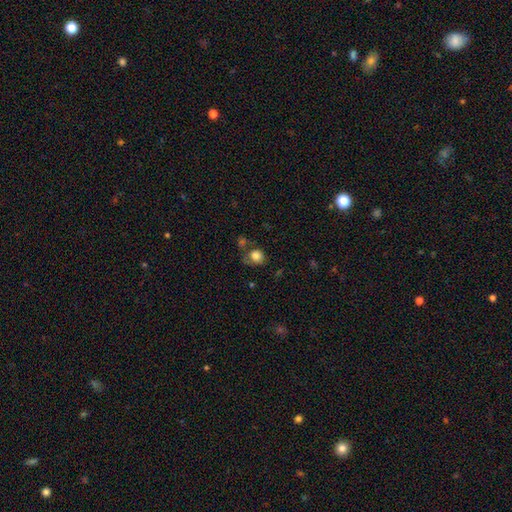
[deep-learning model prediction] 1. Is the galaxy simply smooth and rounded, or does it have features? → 81% smooth, 10% star or artifact, 9% featured or disk.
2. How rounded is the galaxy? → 72% round, 27% in between, 1% cigar-shaped.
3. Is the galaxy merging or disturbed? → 54% none, 22% minor disturbance, 13% merger, 10% major disturbance.